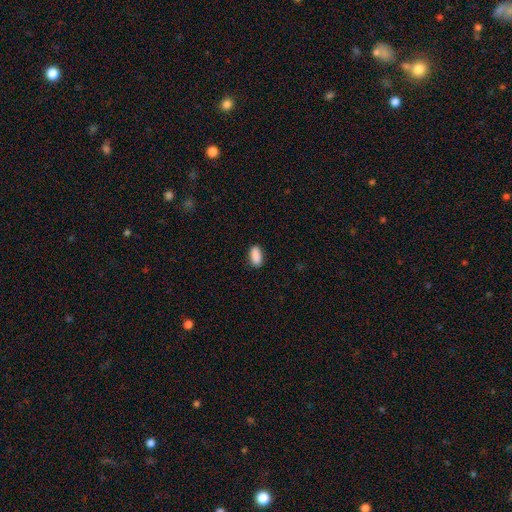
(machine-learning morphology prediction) type=smooth (90%); roundness=in between (89%); merging=none (88%).